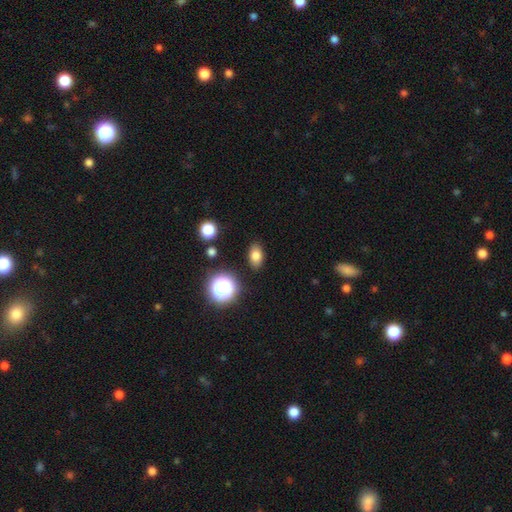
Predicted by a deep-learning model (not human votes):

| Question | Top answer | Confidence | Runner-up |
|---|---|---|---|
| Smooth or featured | smooth | 78% | star or artifact (13%) |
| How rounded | in between | 83% | round (15%) |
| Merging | none | 87% | minor disturbance (9%) |